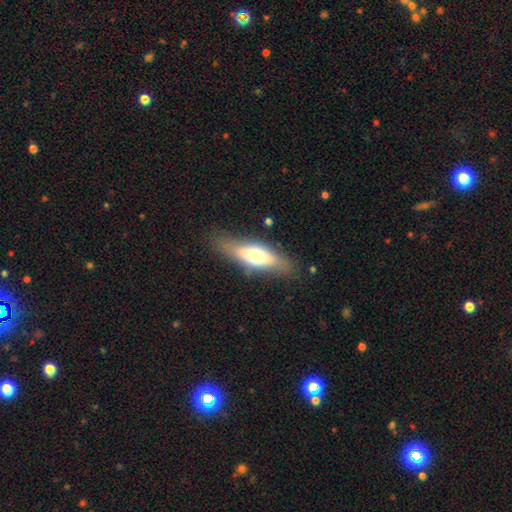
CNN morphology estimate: Smooth or featured?
  - smooth: 55% *
  - featured or disk: 38%
  - star or artifact: 7%
How rounded?
  - in between: 60% *
  - cigar-shaped: 37%
  - round: 3%
Merging?
  - none: 76% *
  - minor disturbance: 16%
  - major disturbance: 6%
  - merger: 2%